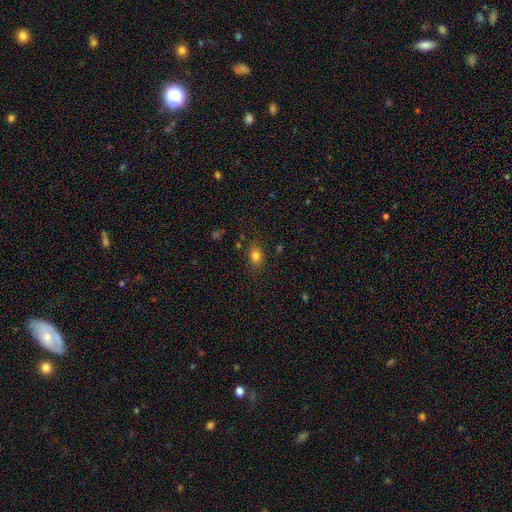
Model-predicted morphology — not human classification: A smooth galaxy with no disk features (80%) that is in between round and cigar-shaped (60%).

Vote fractions:
- Smooth or featured? smooth: 80% / star or artifact: 13% / featured or disk: 7%
- How rounded? in between: 60% / round: 38% / cigar-shaped: 2%
- Merging? none: 80% / minor disturbance: 14% / major disturbance: 4% / merger: 2%